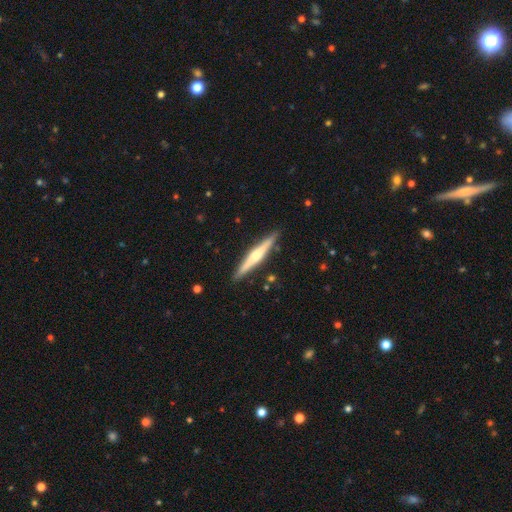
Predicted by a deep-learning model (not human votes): Overall: featured or disk (61%; smooth 34%). Edge-on disk: yes (98%). Edge-on bulge: rounded (73%). Merging: none (89%).